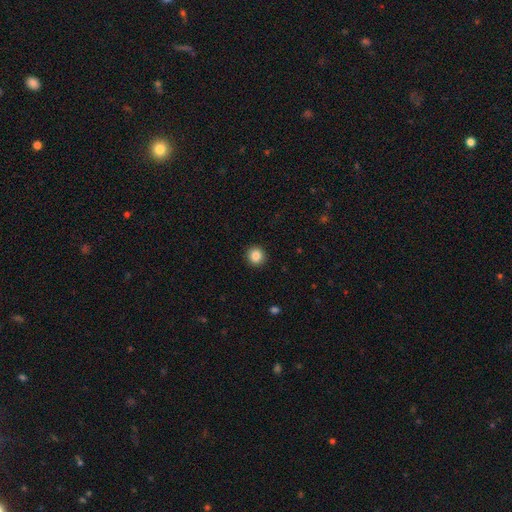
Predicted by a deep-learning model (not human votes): A smooth galaxy with no disk features (86%) that is round (92%).

Vote fractions:
- Smooth or featured? smooth: 86% / star or artifact: 10% / featured or disk: 4%
- How rounded? round: 92% / in between: 7% / cigar-shaped: 1%
- Merging? none: 93% / minor disturbance: 5% / major disturbance: 2% / merger: 1%